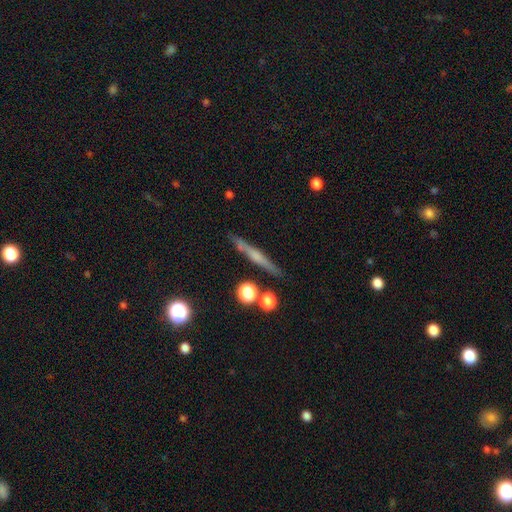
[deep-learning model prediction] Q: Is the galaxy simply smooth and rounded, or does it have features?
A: featured or disk — 58%.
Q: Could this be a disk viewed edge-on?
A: yes — 96%.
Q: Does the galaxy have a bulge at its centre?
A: rounded — 51%.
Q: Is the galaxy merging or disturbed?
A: none — 86%.